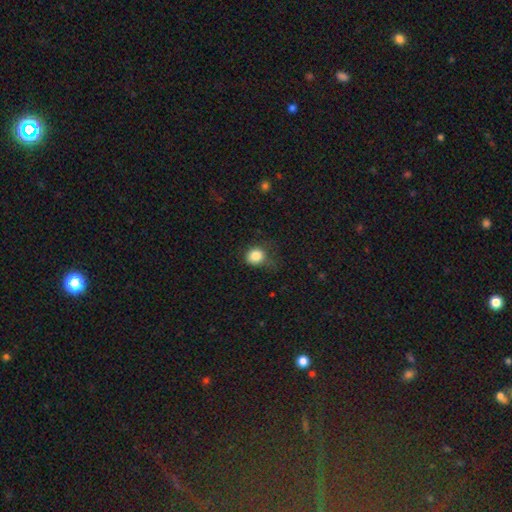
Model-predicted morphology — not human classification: Smooth or featured? Predicted: smooth (p=0.84). How rounded? Predicted: round (p=0.74). Merging? Predicted: none (p=0.56).